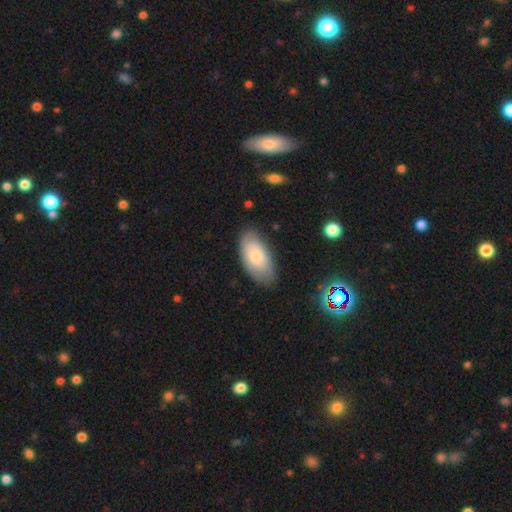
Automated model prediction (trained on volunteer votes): smooth 68%, featured or disk 26%, star or artifact 6%. Down the decision tree: how rounded — in between (94%); merging — none (77%).